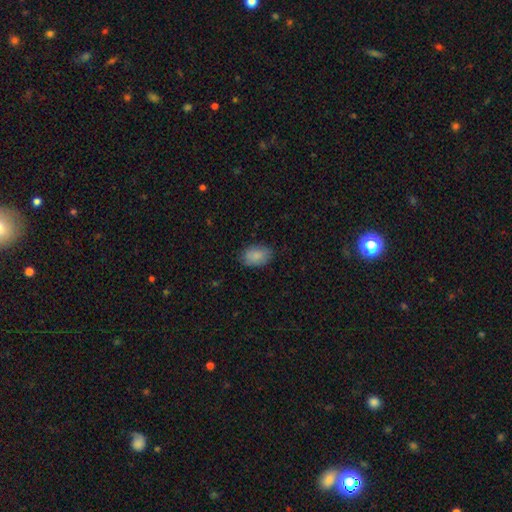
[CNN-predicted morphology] type=smooth (87%); roundness=in between (86%); merging=none (80%).